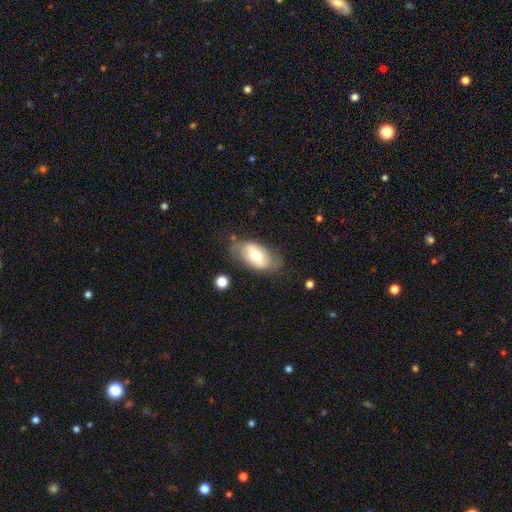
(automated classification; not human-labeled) The model was most divided on "smooth or featured": smooth: 57%, featured or disk: 37%, star or artifact: 7%. More confident: how rounded — in between (92%); merging — none (65%).